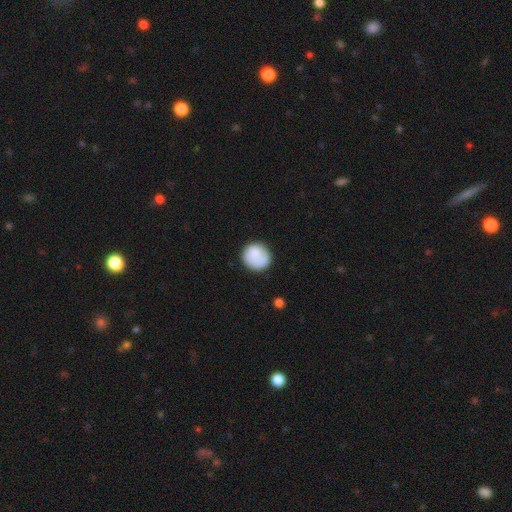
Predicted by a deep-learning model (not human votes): Q: Smooth or featured?
A: smooth (81%); runner-up: featured or disk (12%)
Q: How rounded?
A: round (88%); runner-up: in between (11%)
Q: Merging?
A: none (74%); runner-up: minor disturbance (17%)